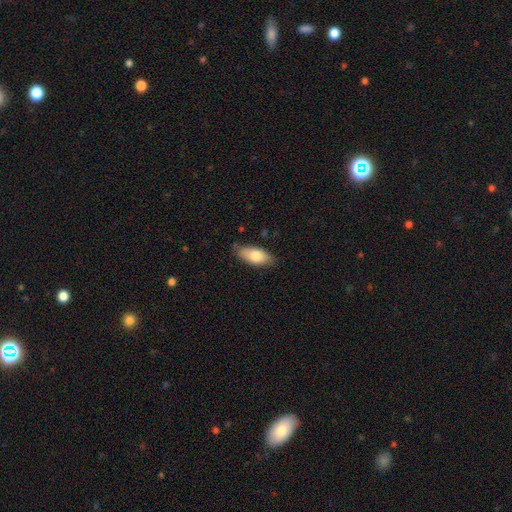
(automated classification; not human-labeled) Smooth or featured? smooth (78%)
How rounded? in between (86%)
Merging? none (77%)